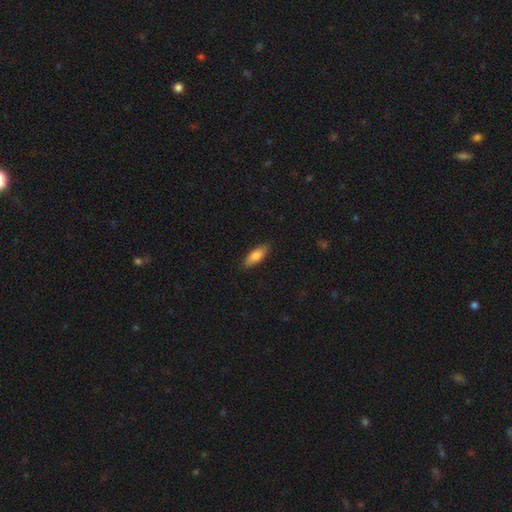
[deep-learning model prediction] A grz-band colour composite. It shows a smooth galaxy with no disk features (80%) that is in between round and cigar-shaped (70%). Merging: none (86%).